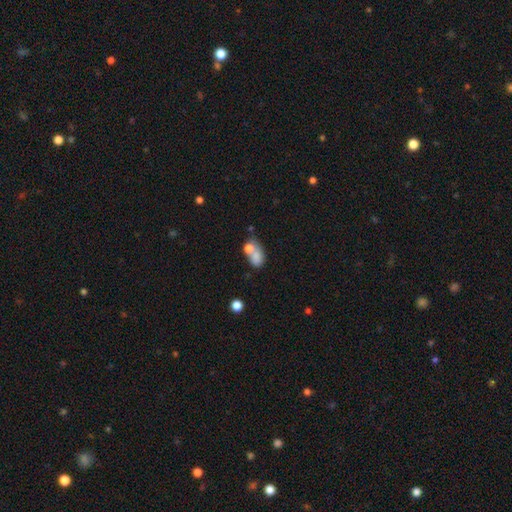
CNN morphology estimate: type=smooth (73%); roundness=in between (75%); merging=merger (47%).